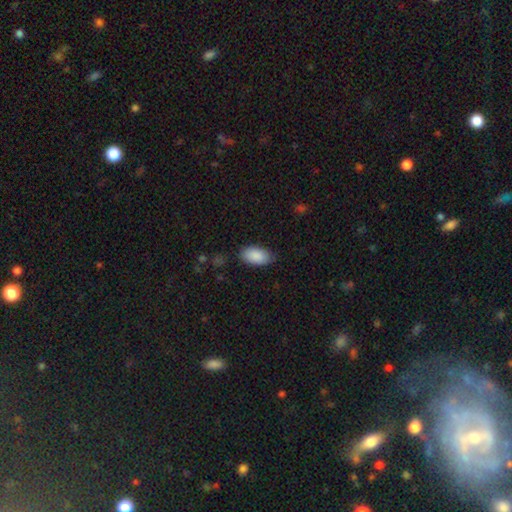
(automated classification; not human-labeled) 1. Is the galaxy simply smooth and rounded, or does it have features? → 89% smooth, 6% star or artifact, 4% featured or disk.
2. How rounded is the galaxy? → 94% in between, 3% round, 3% cigar-shaped.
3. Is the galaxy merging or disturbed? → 79% none, 17% minor disturbance, 3% major disturbance, 1% merger.